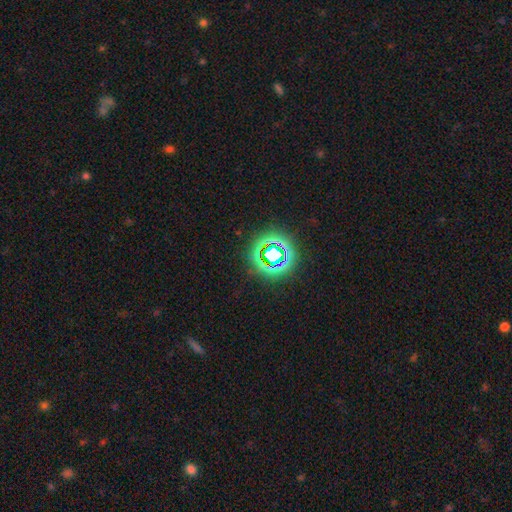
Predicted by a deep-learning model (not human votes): A star or artifact, not a galaxy (68%).